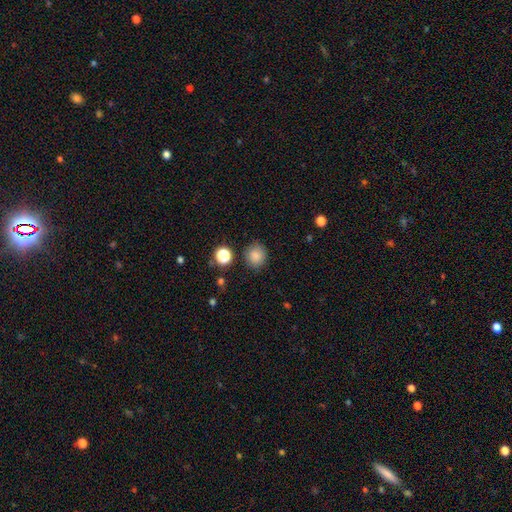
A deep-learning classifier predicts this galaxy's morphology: This appears to be a smooth galaxy with no disk features (84%) that is round (81%). Merging: none (85%).